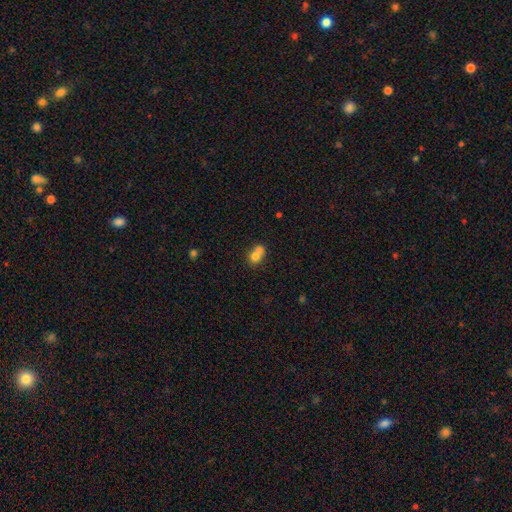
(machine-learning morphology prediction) This appears to be a smooth galaxy with no disk features (71%) that is round (63%). Merging: merger (65%).